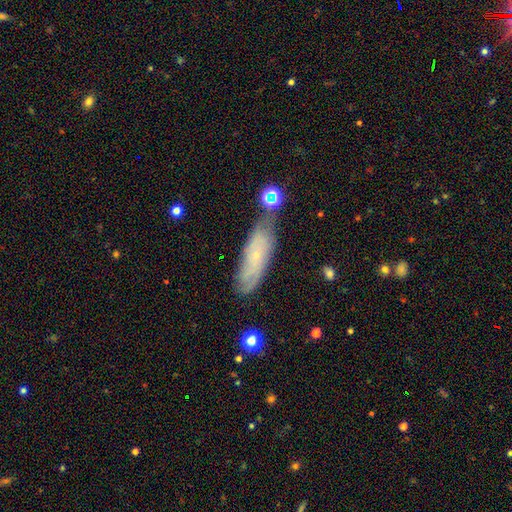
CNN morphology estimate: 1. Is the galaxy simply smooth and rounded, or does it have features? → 49% featured or disk, 42% smooth, 9% star or artifact.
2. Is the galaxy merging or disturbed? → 62% none, 22% minor disturbance, 9% merger, 6% major disturbance.